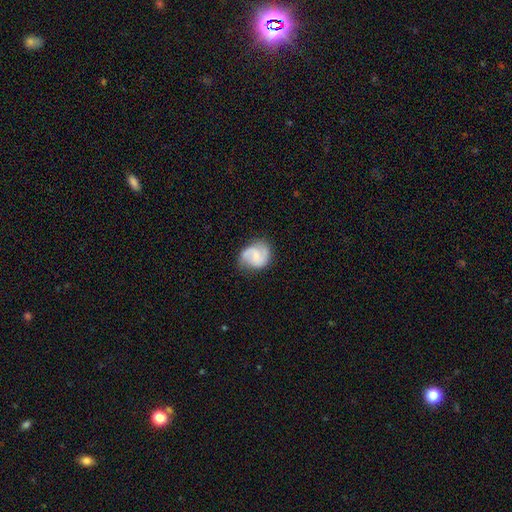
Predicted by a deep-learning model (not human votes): This appears to be a featured or disk galaxy (70%) with no bar (49%), 2 (87%) medium (50%) spiral arms (94%) and a small central bulge (57%). Merging: none (71%).